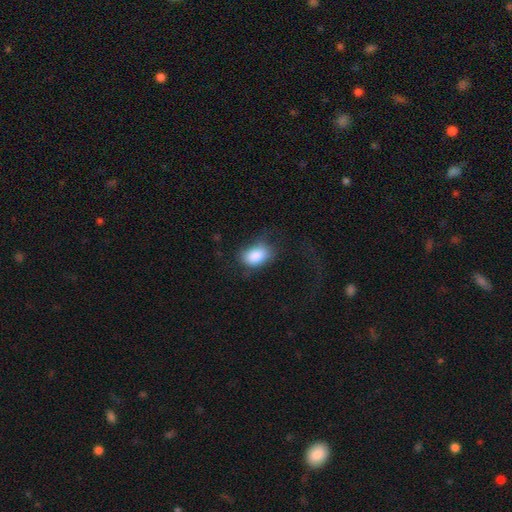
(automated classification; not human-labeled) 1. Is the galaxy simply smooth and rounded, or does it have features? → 86% smooth, 8% star or artifact, 6% featured or disk.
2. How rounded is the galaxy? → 85% in between, 13% round, 1% cigar-shaped.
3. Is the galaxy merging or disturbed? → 56% none, 26% minor disturbance, 16% major disturbance, 2% merger.